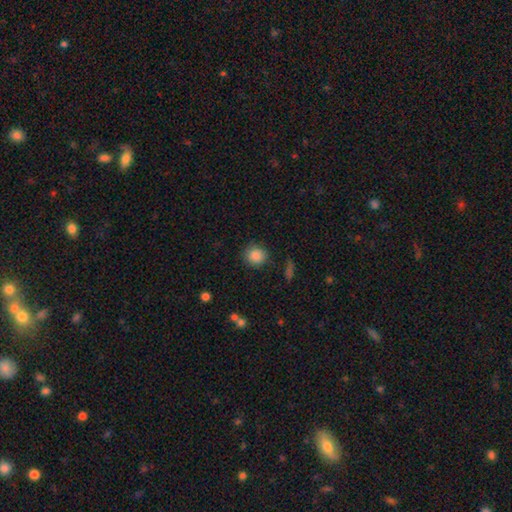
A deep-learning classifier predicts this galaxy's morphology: Smooth or featured: smooth — 86% (star or artifact — 9%)
How rounded: round — 89% (in between — 10%)
Merging: none — 86% (minor disturbance — 9%)